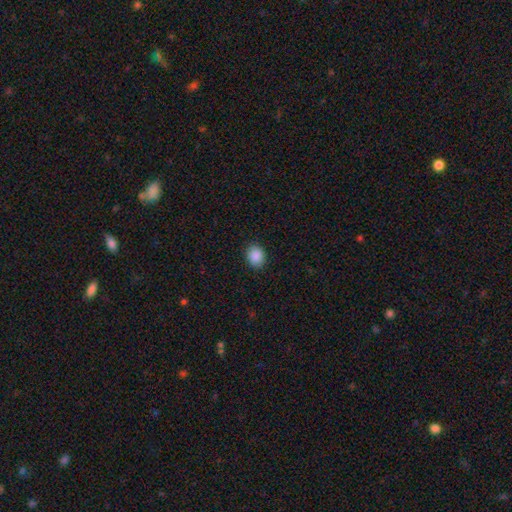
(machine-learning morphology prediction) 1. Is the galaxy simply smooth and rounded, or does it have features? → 89% smooth, 8% star or artifact, 3% featured or disk.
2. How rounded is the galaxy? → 53% in between, 46% round, 1% cigar-shaped.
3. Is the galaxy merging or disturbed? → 90% none, 7% minor disturbance, 2% major disturbance, 1% merger.